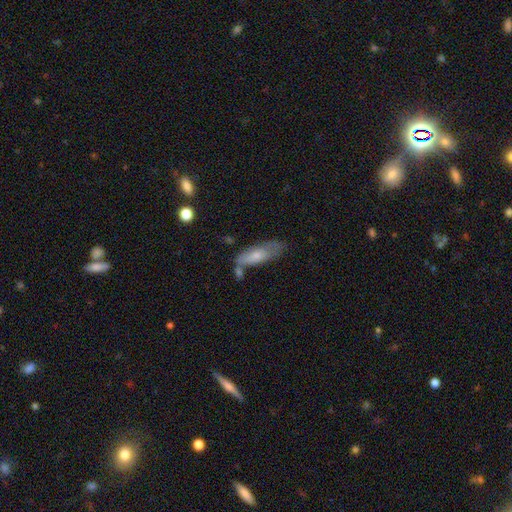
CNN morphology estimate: This appears to be a smooth galaxy with no disk features (66%) that is in between round and cigar-shaped (60%). Merging: none (48%).